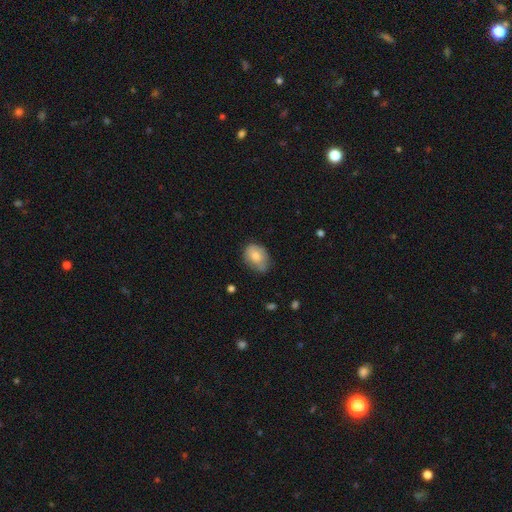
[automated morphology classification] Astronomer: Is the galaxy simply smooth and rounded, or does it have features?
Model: smooth — 74%.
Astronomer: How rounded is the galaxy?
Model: in between — 69%.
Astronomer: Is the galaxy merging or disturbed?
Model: none — 50% (runner-up: minor disturbance, 37%).